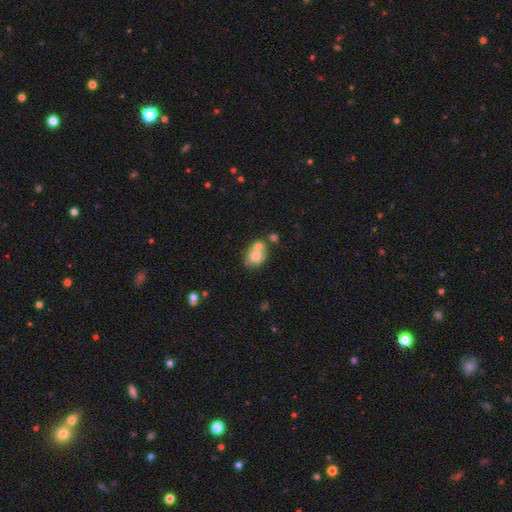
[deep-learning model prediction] Smooth or featured? smooth (73%)
How rounded? round (57%)
Merging? merger (50%)